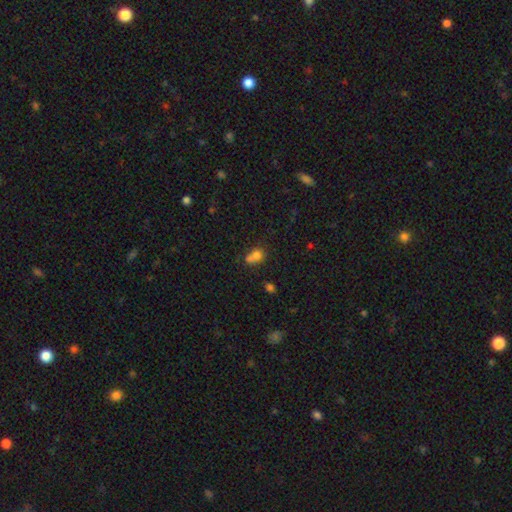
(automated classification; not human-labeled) This is likely a smooth galaxy (74%). How rounded: likely round (63%). Merging: possibly merger (53%).